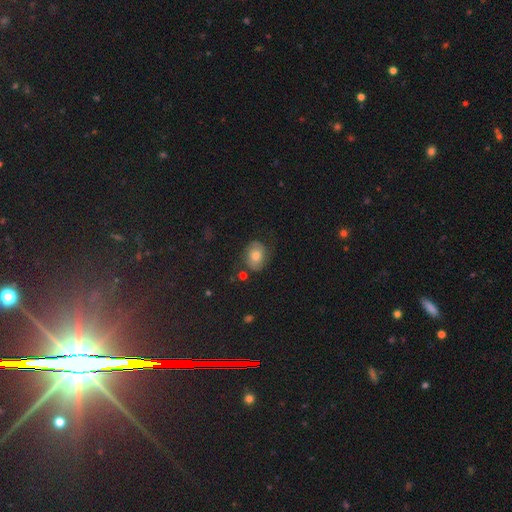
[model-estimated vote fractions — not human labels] The model was most divided on "how rounded": in between: 56%, round: 43%, cigar-shaped: 1%. More confident: merging — none (65%); smooth or featured — smooth (56%).